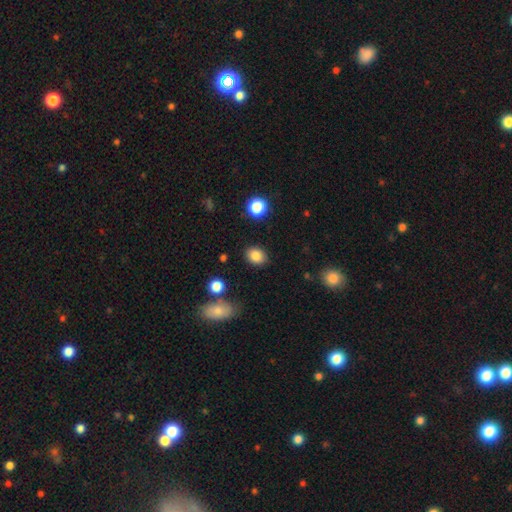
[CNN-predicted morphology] Smooth or featured? Predicted: smooth (p=0.85). How rounded? Predicted: in between (p=0.55). Merging? Predicted: none (p=0.85).